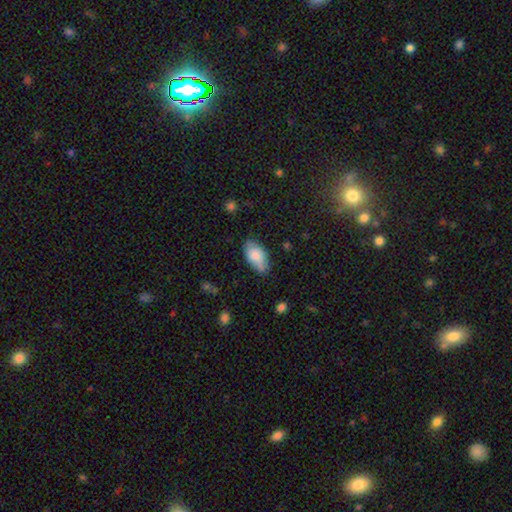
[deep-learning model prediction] Q: Smooth or featured?
A: smooth (78%); runner-up: featured or disk (15%)
Q: How rounded?
A: in between (93%); runner-up: cigar-shaped (4%)
Q: Merging?
A: none (67%); runner-up: minor disturbance (25%)